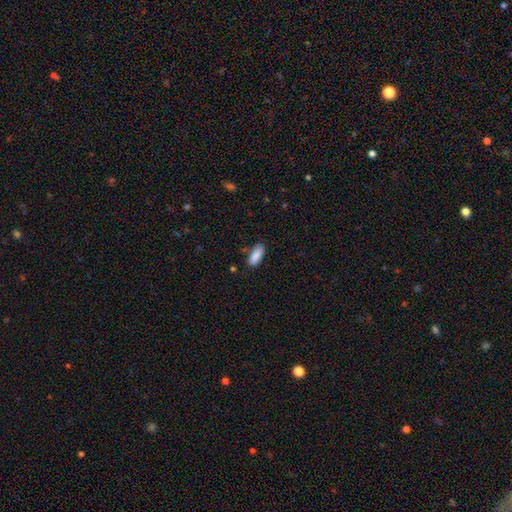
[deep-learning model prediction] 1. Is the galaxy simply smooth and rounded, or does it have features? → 88% smooth, 6% star or artifact, 6% featured or disk.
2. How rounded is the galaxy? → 81% in between, 17% cigar-shaped, 2% round.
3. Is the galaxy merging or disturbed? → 79% none, 16% minor disturbance, 3% major disturbance, 2% merger.